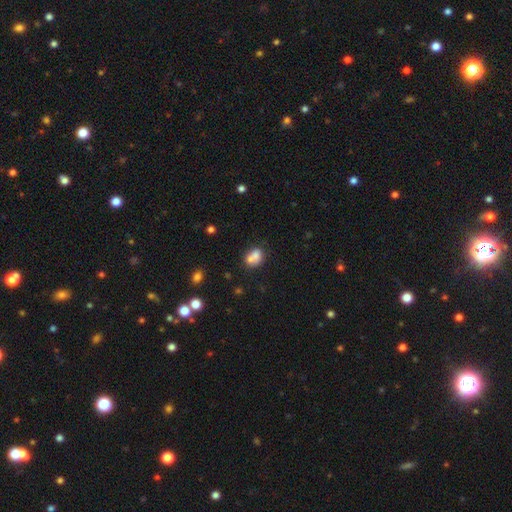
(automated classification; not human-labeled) Smooth or featured? smooth (71%)
How rounded? round (50%)
Merging? merger (56%)